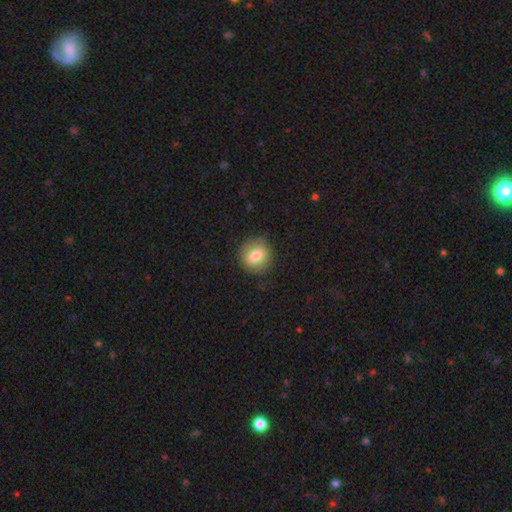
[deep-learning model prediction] Q: Smooth or featured?
A: smooth (74%); runner-up: featured or disk (17%)
Q: How rounded?
A: round (82%); runner-up: in between (17%)
Q: Merging?
A: none (85%); runner-up: minor disturbance (11%)